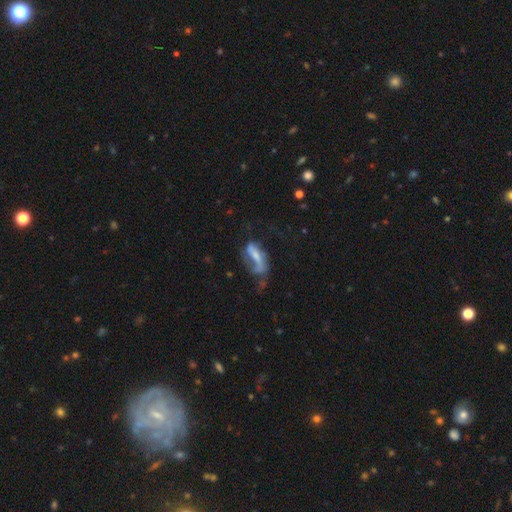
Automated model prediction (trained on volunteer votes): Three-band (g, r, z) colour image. It shows a featured or disk galaxy (61%) with a strong bar (39%), spiral arms (67%) and a small central bulge (39%). Merging: major disturbance (38%).